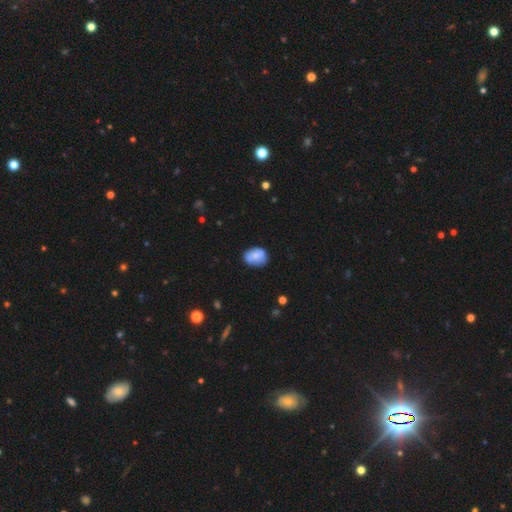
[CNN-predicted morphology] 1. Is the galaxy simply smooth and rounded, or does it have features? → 70% smooth, 23% featured or disk, 8% star or artifact.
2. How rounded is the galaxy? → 66% in between, 33% round, 1% cigar-shaped.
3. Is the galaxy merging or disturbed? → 64% none, 26% minor disturbance, 6% major disturbance, 4% merger.